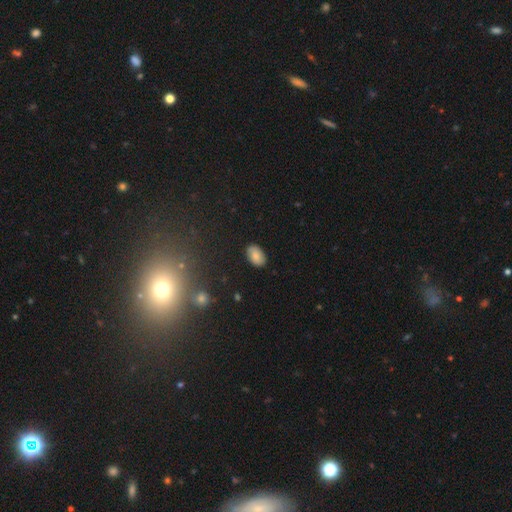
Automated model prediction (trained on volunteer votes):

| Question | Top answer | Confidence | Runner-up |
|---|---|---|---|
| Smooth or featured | smooth | 80% | featured or disk (11%) |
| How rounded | in between | 91% | round (8%) |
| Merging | none | 87% | minor disturbance (10%) |